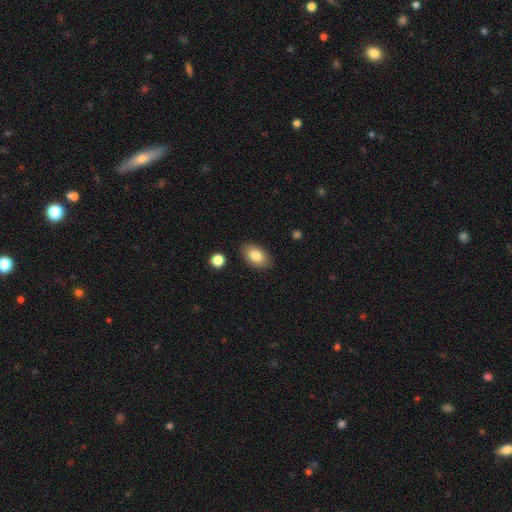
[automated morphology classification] A smooth galaxy with no disk features (82%) that is in between round and cigar-shaped (92%).

Vote fractions:
- Smooth or featured? smooth: 82% / featured or disk: 11% / star or artifact: 7%
- How rounded? in between: 92% / round: 7% / cigar-shaped: 1%
- Merging? none: 87% / minor disturbance: 10% / major disturbance: 2% / merger: 2%